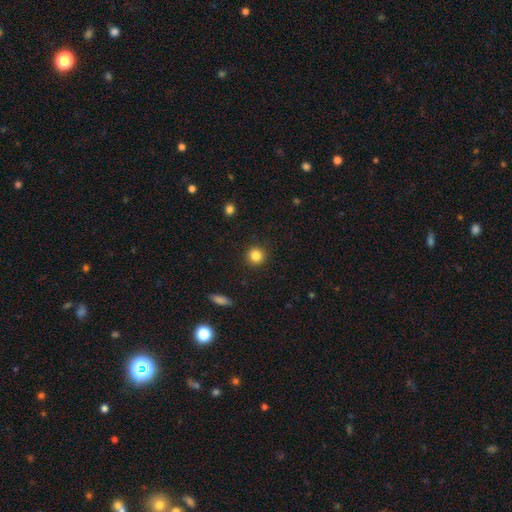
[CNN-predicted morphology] A smooth galaxy with no disk features (84%) that is round (93%). Merging: none (91%).